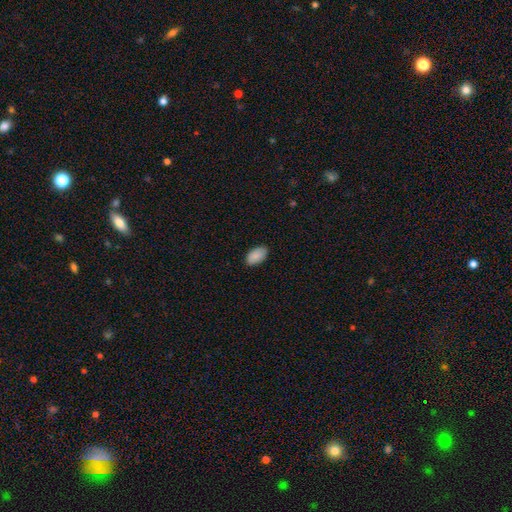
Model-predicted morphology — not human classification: type=smooth (90%); roundness=in between (95%); merging=none (86%).